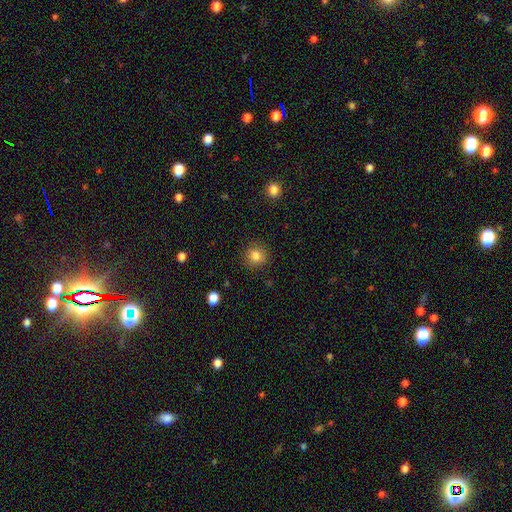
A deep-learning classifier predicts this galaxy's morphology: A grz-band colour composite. It shows a smooth galaxy with no disk features (83%) that is round (87%). Merging: none (88%).